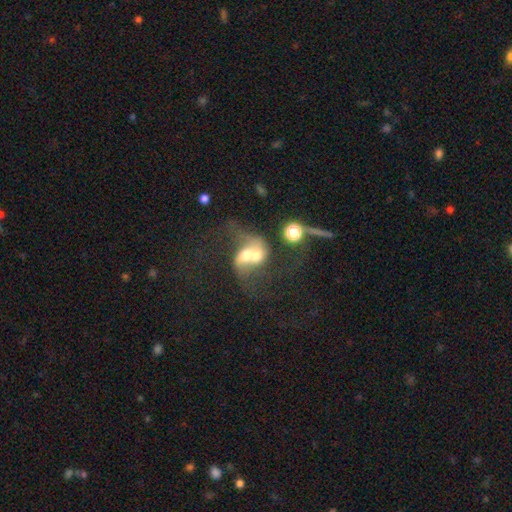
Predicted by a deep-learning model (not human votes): Smooth or featured?
  - featured or disk: 55% *
  - smooth: 34%
  - star or artifact: 11%
Edge-on disk?
  - no: 96% *
  - yes: 4%
Bar?
  - no: 71% *
  - weak: 21%
  - strong: 8%
Spiral arms?
  - yes: 62% *
  - no: 38%
Bulge size?
  - moderate: 50% *
  - large: 21%
  - small: 15%
  - dominant: 7%
  - none: 6%
Merging?
  - merger: 75% *
  - none: 10%
  - major disturbance: 10%
  - minor disturbance: 5%